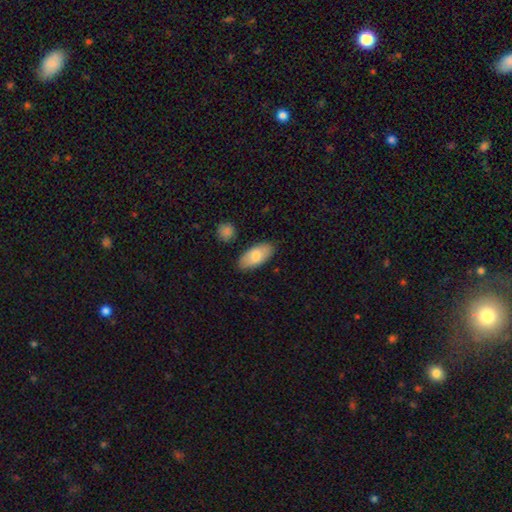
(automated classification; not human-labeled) smooth-or-featured: smooth: 80% | featured or disk: 15% | star or artifact: 5%
  how-rounded: in between: 92% | cigar-shaped: 6% | round: 2%
  merging: none: 85% | minor disturbance: 10% | merger: 3% | major disturbance: 2%